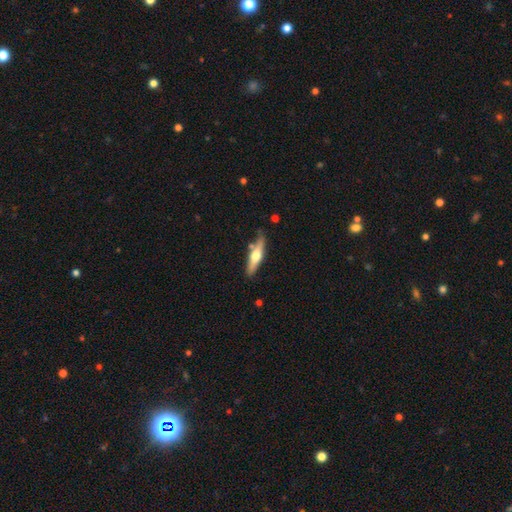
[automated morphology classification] Smooth or featured: featured or disk — 53% (smooth — 42%)
Edge-on disk: yes — 92% (no — 8%)
Merging: none — 73% (minor disturbance — 17%)